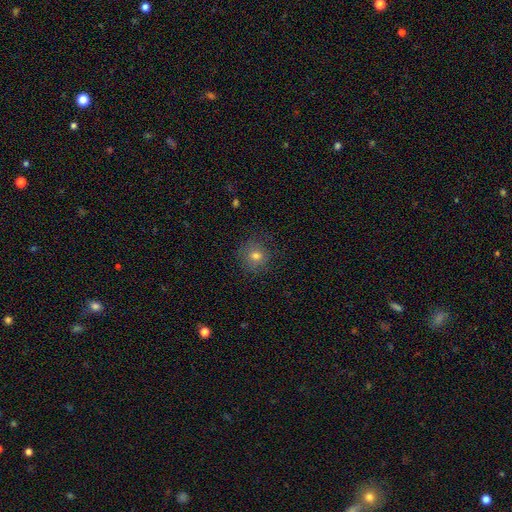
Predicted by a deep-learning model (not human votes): smooth 76%, star or artifact 15%, featured or disk 9%. Down the decision tree: how rounded — round (92%); merging — none (85%).